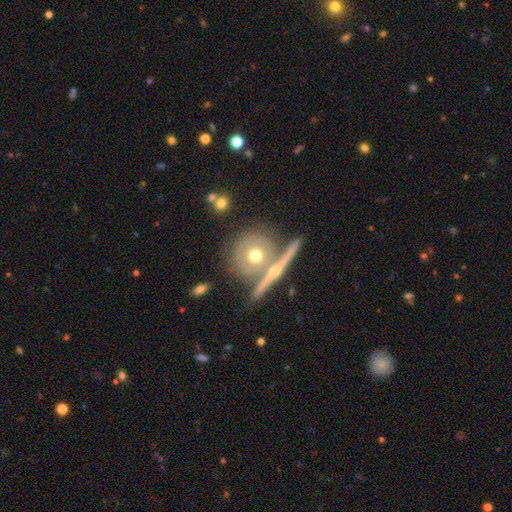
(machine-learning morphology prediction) This appears to be a smooth galaxy with no disk features (46%). Merging: none (64%).